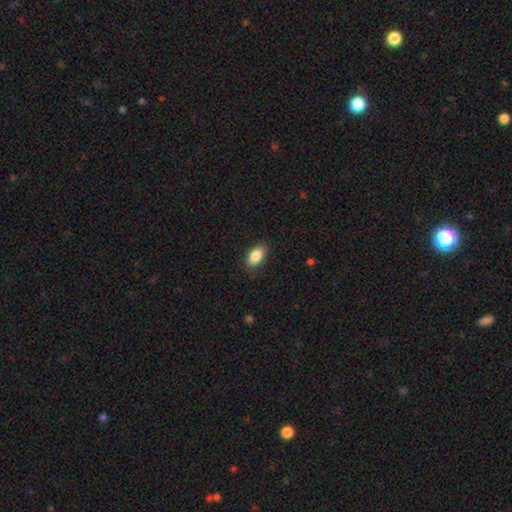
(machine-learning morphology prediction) Smooth or featured? Predicted: smooth (p=0.85). How rounded? Predicted: in between (p=0.90). Merging? Predicted: none (p=0.85).